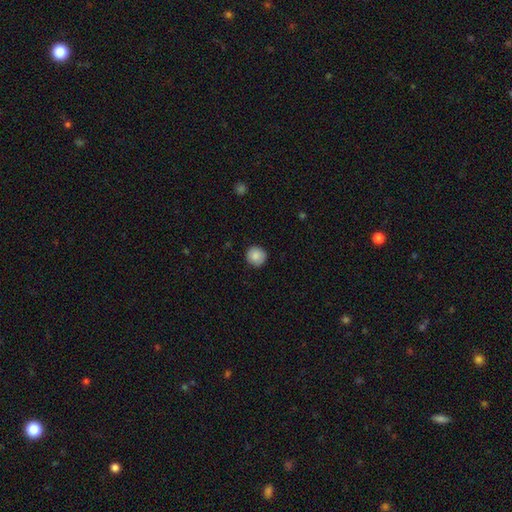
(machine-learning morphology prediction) The model was most divided on "smooth or featured": smooth: 86%, star or artifact: 8%, featured or disk: 6%. More confident: how rounded — round (93%); merging — none (90%).